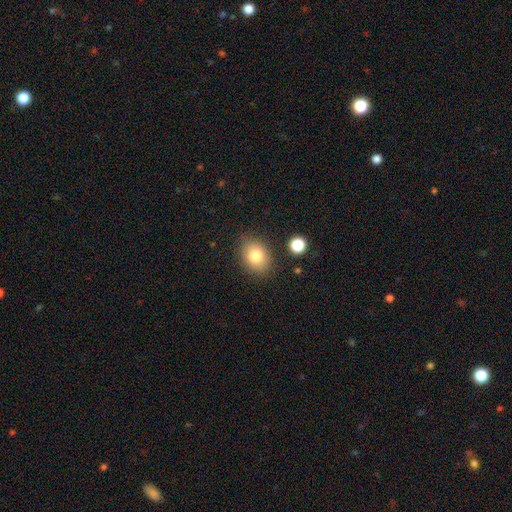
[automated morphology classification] The model was most divided on "how rounded": in between: 57%, round: 42%, cigar-shaped: 1%. More confident: merging — none (80%); smooth or featured — smooth (79%).